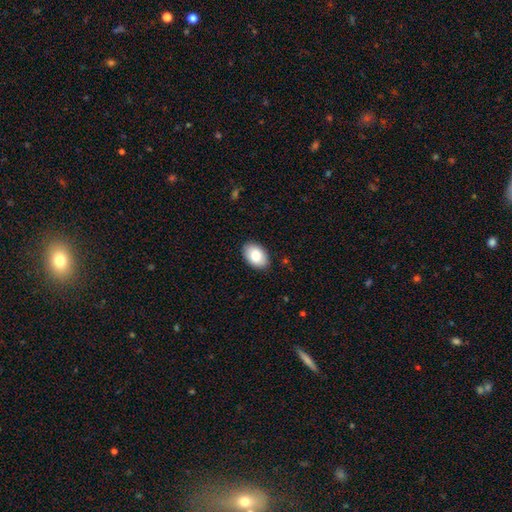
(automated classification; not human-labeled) Smooth or featured?
  - smooth: 84% *
  - featured or disk: 9%
  - star or artifact: 7%
How rounded?
  - in between: 89% *
  - round: 10%
  - cigar-shaped: 1%
Merging?
  - none: 88% *
  - minor disturbance: 9%
  - major disturbance: 2%
  - merger: 1%